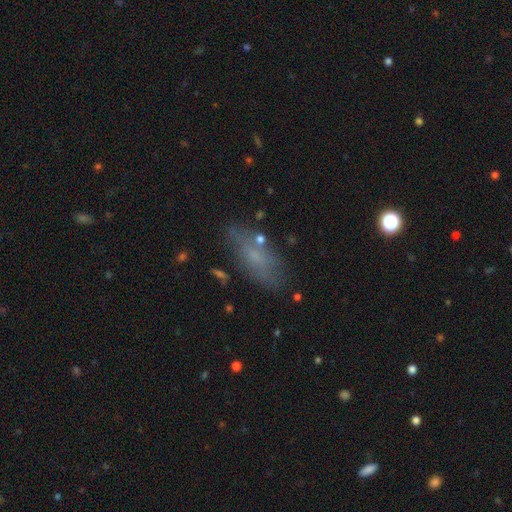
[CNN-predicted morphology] Overall: smooth (55%; featured or disk 30%). How rounded: in between (68%; cigar-shaped 28%). Merging: none (69%).